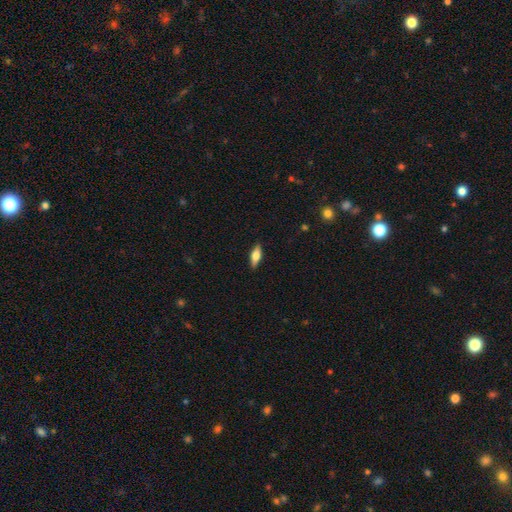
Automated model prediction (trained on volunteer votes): smooth 55%, featured or disk 38%, star or artifact 6%. Down the decision tree: how rounded — in between (61%); merging — none (89%).